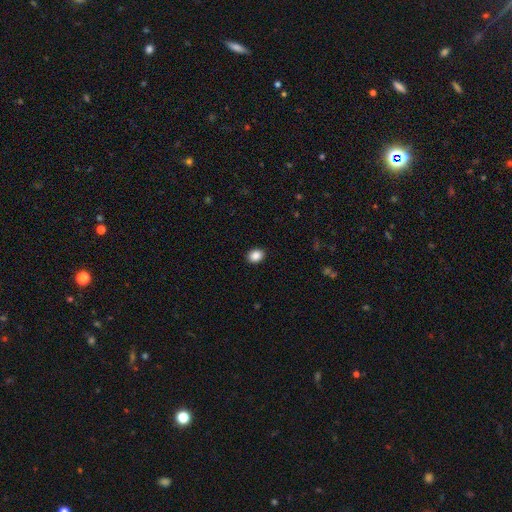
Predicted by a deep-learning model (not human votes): A smooth galaxy with no disk features (89%) that is in between round and cigar-shaped (59%).

Vote fractions:
- Smooth or featured? smooth: 89% / star or artifact: 8% / featured or disk: 3%
- How rounded? in between: 59% / round: 40% / cigar-shaped: 1%
- Merging? none: 91% / minor disturbance: 6% / major disturbance: 2% / merger: 1%